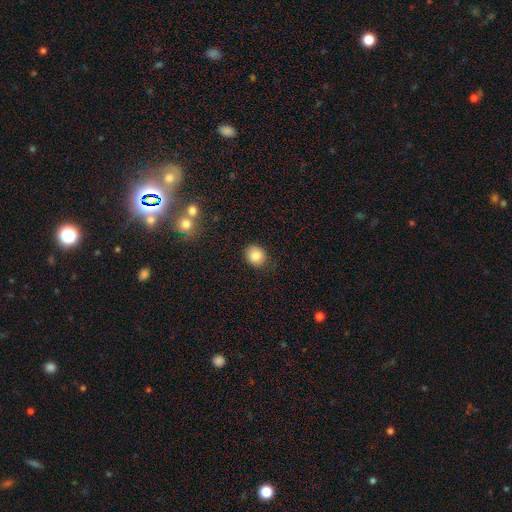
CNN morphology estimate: Q: Smooth or featured?
A: smooth (85%); runner-up: star or artifact (10%)
Q: How rounded?
A: round (71%); runner-up: in between (28%)
Q: Merging?
A: none (82%); runner-up: minor disturbance (13%)